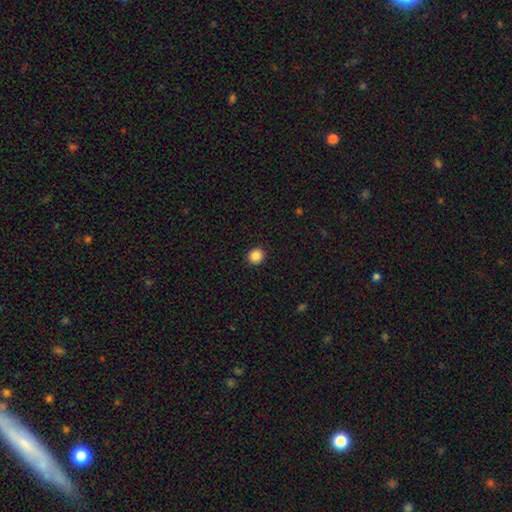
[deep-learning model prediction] smooth_or_featured: smooth (p=0.86) [alt: star or artifact p=0.10]
how_rounded: round (p=0.91) [alt: in between p=0.08]
merging: none (p=0.93) [alt: minor disturbance p=0.05]